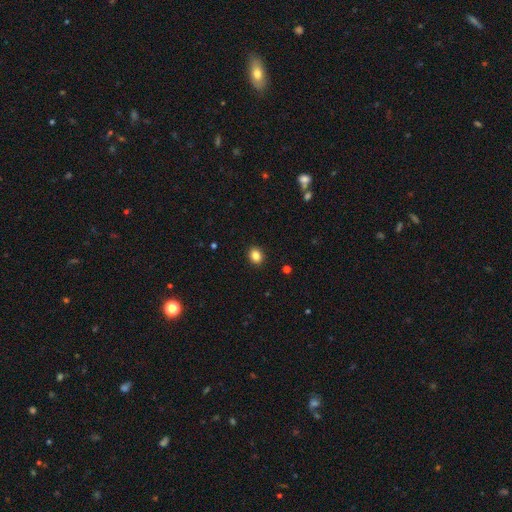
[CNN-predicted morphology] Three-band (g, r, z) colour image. It shows a smooth galaxy with no disk features (85%) that is round (61%). Merging: none (92%).